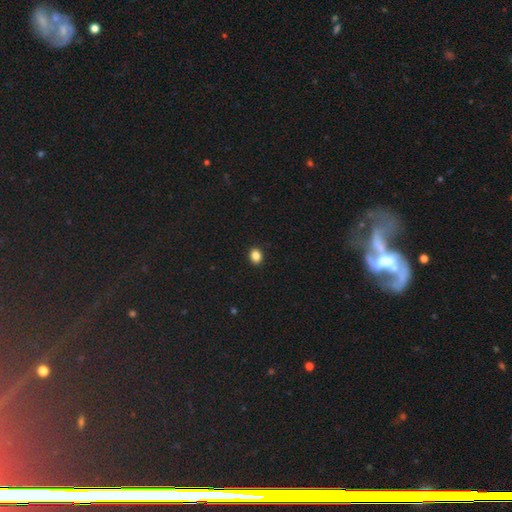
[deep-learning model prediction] Smooth or featured: smooth — 86% (star or artifact — 10%)
How rounded: in between — 51% (round — 48%)
Merging: none — 91% (minor disturbance — 6%)